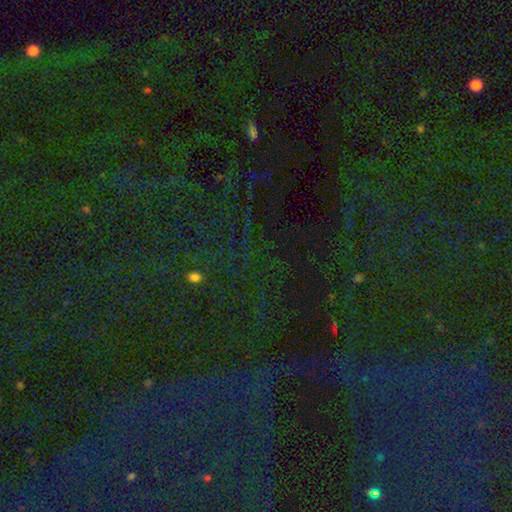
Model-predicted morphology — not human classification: smooth-or-featured: star or artifact: 79% | smooth: 12% | featured or disk: 9%